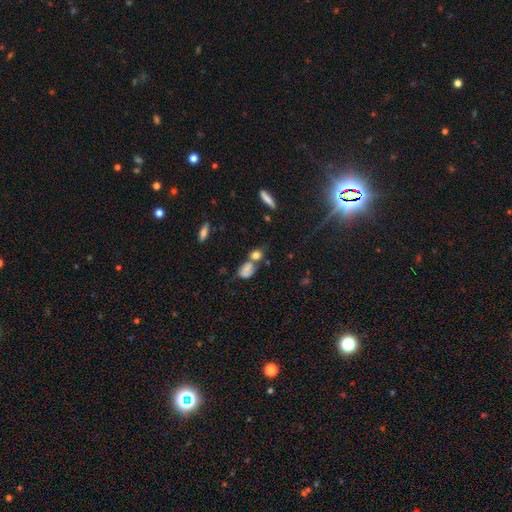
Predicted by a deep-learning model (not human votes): smooth 70%, star or artifact 15%, featured or disk 14%. Down the decision tree: how rounded — round (62%); merging — none (45%).